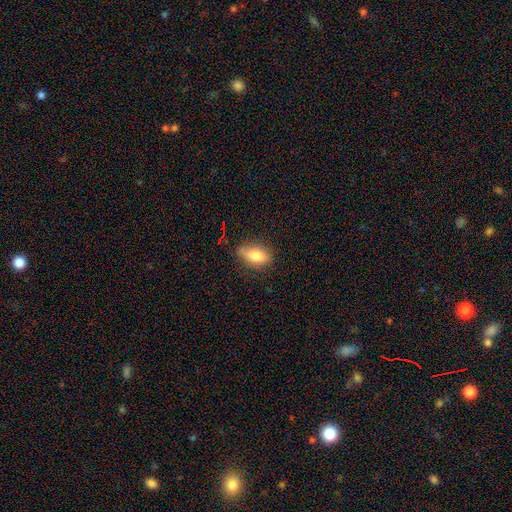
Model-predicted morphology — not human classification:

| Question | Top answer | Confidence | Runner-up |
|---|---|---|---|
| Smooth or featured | smooth | 74% | featured or disk (18%) |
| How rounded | in between | 83% | cigar-shaped (11%) |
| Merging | none | 74% | minor disturbance (20%) |